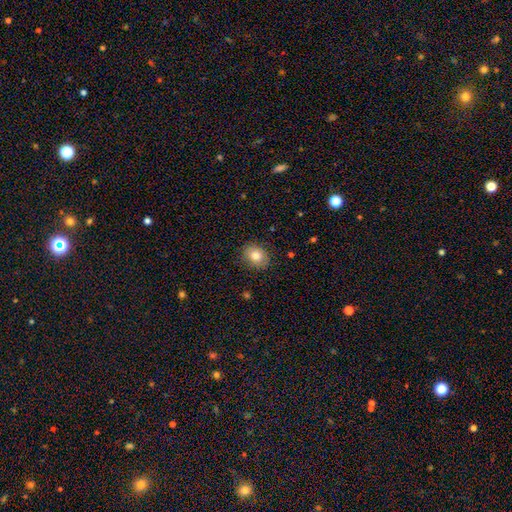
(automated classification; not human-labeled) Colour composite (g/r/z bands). It shows a smooth galaxy with no disk features (81%) that is round (56%). Merging: none (85%).